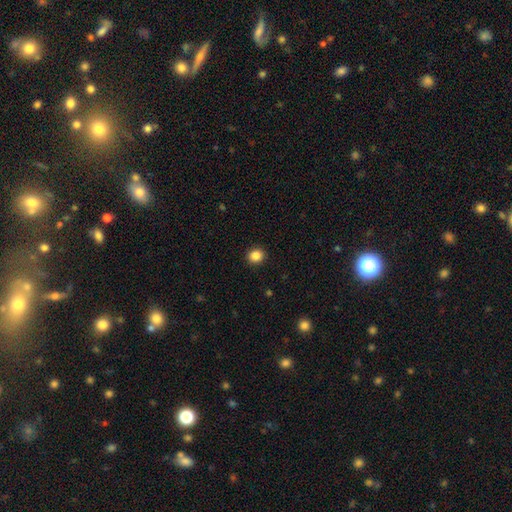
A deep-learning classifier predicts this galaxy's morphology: Overall: smooth (86%). How rounded: round (79%). Merging: none (92%).